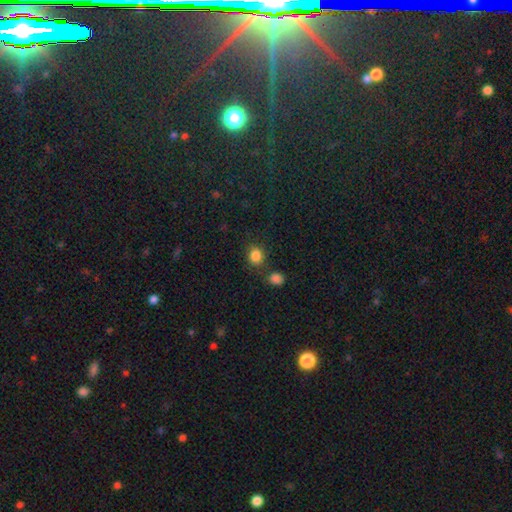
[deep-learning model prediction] Smooth or featured: smooth — 84% (star or artifact — 12%)
How rounded: round — 75% (in between — 24%)
Merging: none — 74% (merger — 11%)